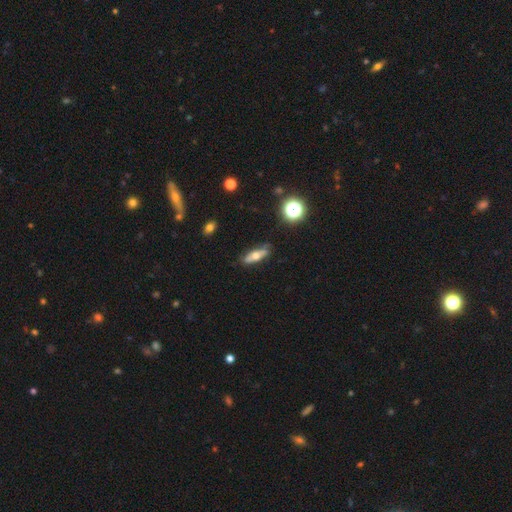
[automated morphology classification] smooth-or-featured: featured or disk: 46% | smooth: 44% | star or artifact: 10%
  merging: none: 75% | minor disturbance: 17% | major disturbance: 4% | merger: 3%